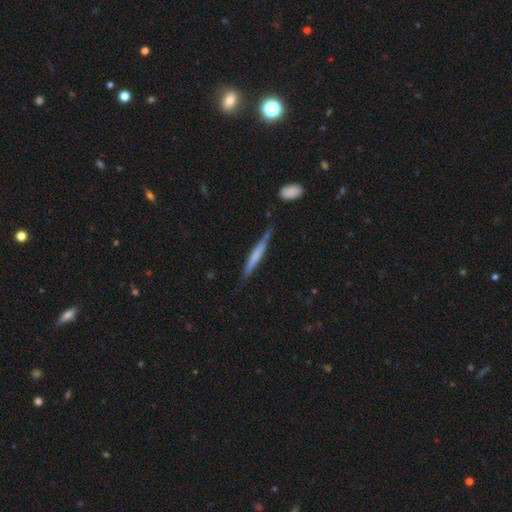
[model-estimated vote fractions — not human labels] This is possibly a smooth galaxy (51%). How rounded: clearly cigar-shaped (94%). Merging: likely none (75%).